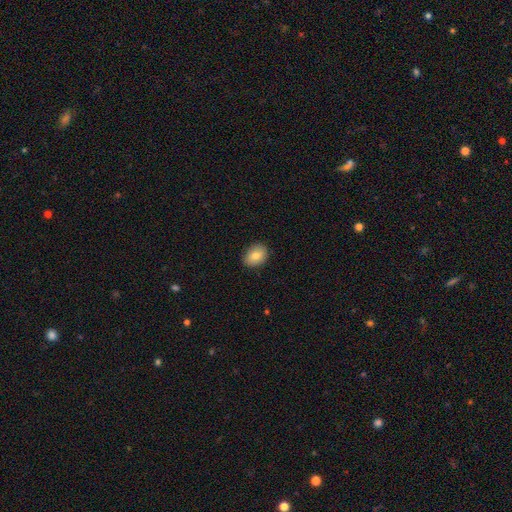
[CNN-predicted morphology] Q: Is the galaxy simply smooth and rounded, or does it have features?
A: smooth — 80%.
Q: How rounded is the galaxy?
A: in between — 65%.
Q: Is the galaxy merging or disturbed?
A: none — 88%.